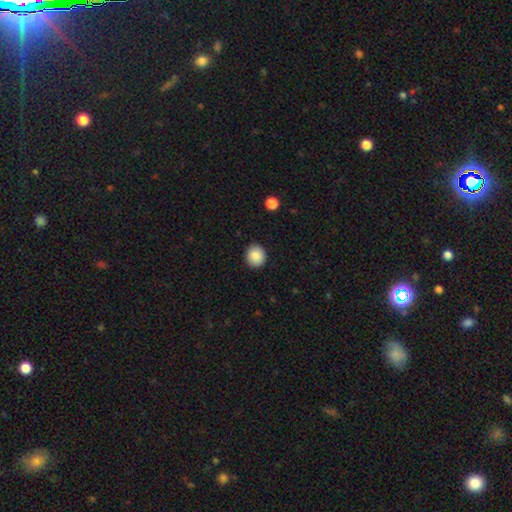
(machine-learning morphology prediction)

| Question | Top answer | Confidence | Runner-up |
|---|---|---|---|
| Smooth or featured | smooth | 86% | star or artifact (8%) |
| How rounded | round | 84% | in between (15%) |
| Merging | none | 90% | minor disturbance (7%) |